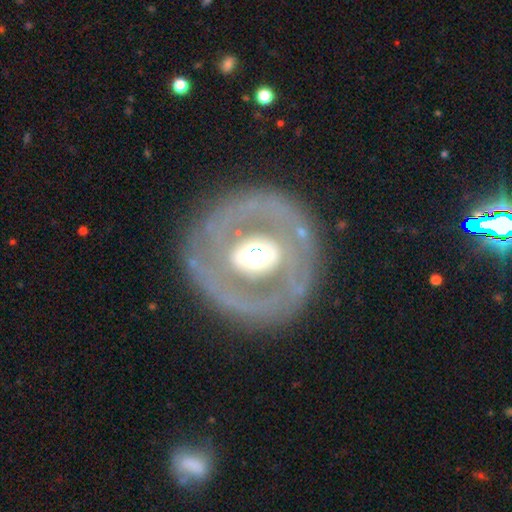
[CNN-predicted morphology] This appears to be a featured or disk galaxy (70%) with no bar (55%), no spiral arms (66%) and a moderate central bulge (48%). Merging: none (77%).